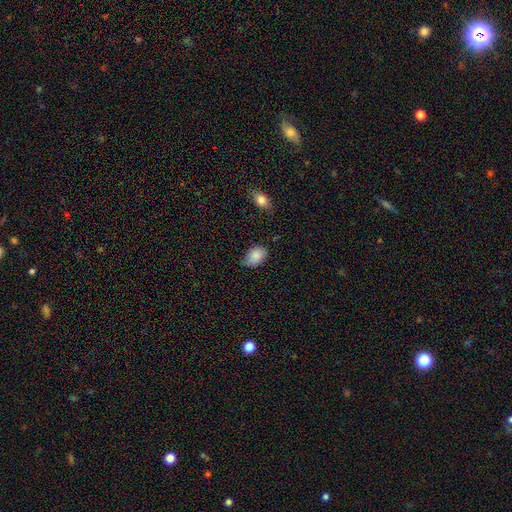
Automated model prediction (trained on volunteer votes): Smooth or featured: smooth — 85% (featured or disk — 7%)
How rounded: in between — 88% (round — 11%)
Merging: none — 64% (minor disturbance — 30%)